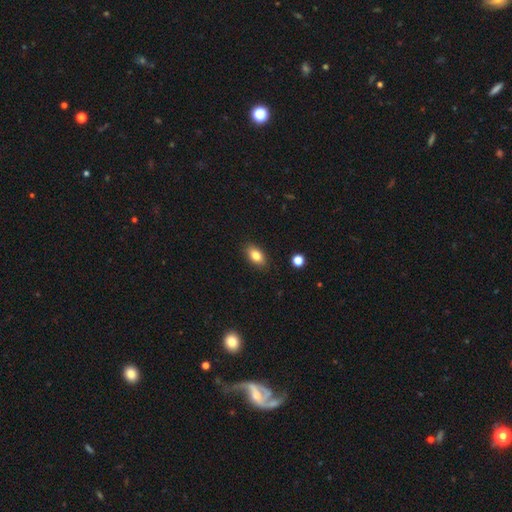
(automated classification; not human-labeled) smooth 81%, featured or disk 10%, star or artifact 9%. Down the decision tree: how rounded — in between (88%); merging — none (88%).